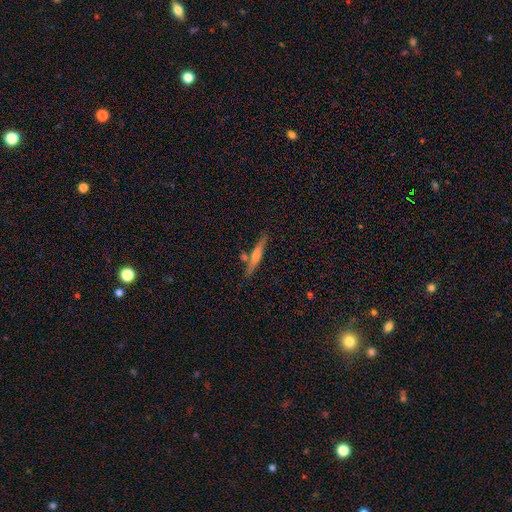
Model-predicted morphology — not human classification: This is likely a featured or disk galaxy (63%). It is clearly viewed edge-on (96%). Edge-on bulge: likely rounded (76%). Merging: clearly none (82%).